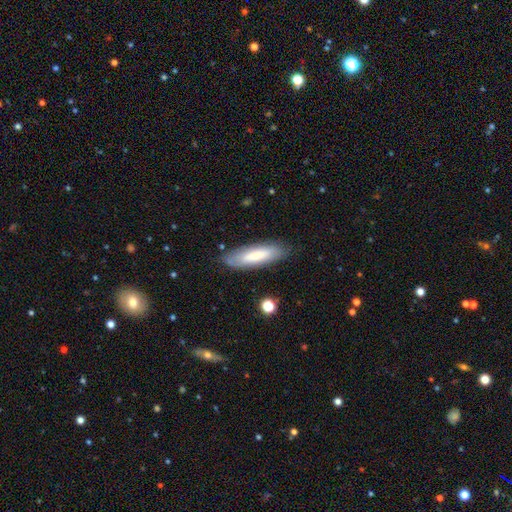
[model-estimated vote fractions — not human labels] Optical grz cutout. It shows a smooth galaxy with no disk features (72%) that is cigar-shaped (56%). Merging: none (81%).